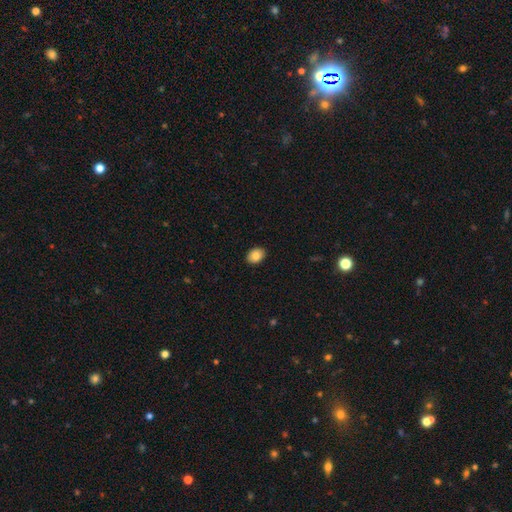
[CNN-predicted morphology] smooth 84%, featured or disk 8%, star or artifact 8%. Down the decision tree: how rounded — in between (72%); merging — none (91%).